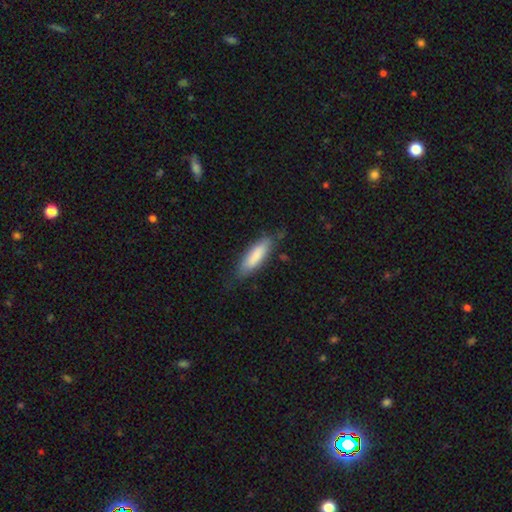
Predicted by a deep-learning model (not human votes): Smooth or featured? smooth (80%)
How rounded? cigar-shaped (54%)
Merging? none (74%)